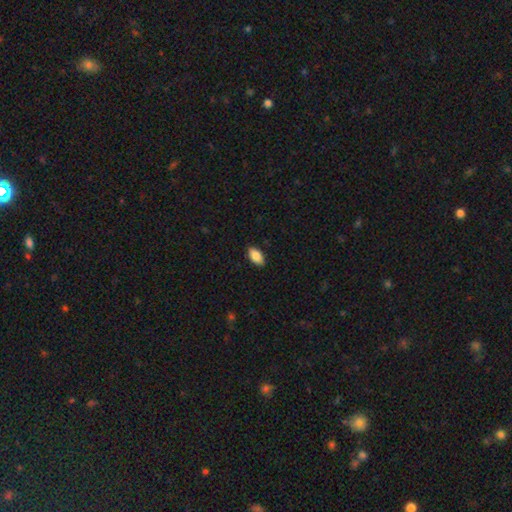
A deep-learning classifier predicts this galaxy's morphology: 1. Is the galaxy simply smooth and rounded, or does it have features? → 87% smooth, 7% star or artifact, 6% featured or disk.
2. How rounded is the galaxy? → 93% in between, 4% cigar-shaped, 3% round.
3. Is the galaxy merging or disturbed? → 88% none, 9% minor disturbance, 2% major disturbance, 1% merger.